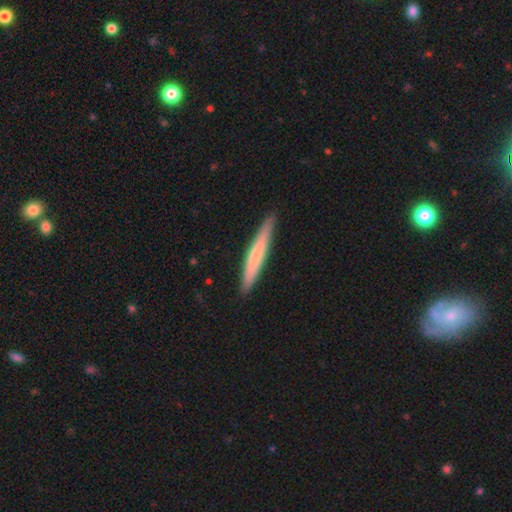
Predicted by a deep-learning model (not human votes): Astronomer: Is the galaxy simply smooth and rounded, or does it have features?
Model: smooth — 60%.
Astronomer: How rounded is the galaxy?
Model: cigar-shaped — 95%.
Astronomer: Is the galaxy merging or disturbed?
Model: none — 90%.